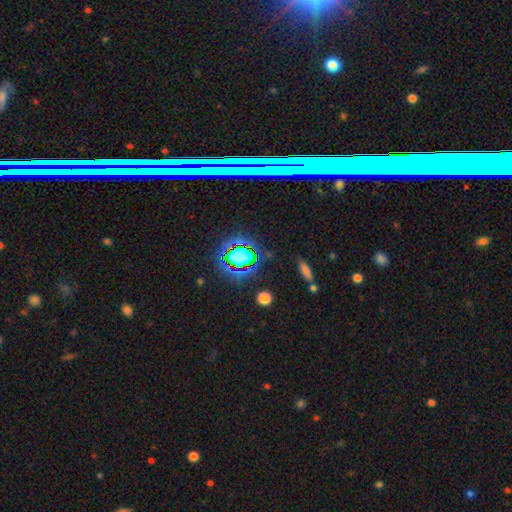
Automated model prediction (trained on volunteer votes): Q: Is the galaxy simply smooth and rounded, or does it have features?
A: star or artifact — 71%.